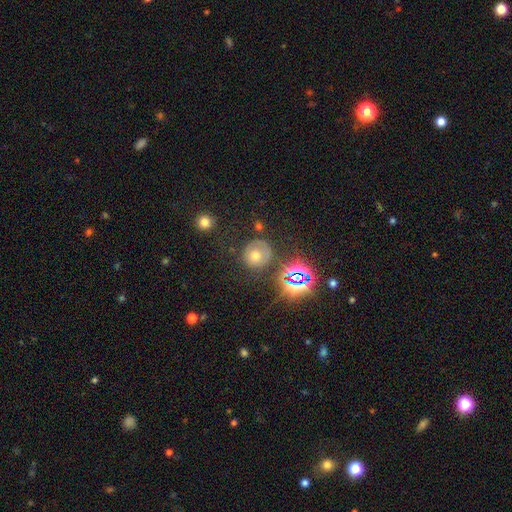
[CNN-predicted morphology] smooth-or-featured: smooth: 51% | star or artifact: 25% | featured or disk: 24%
  how-rounded: round: 85% | in between: 14% | cigar-shaped: 1%
  merging: none: 69% | minor disturbance: 17% | major disturbance: 10% | merger: 4%